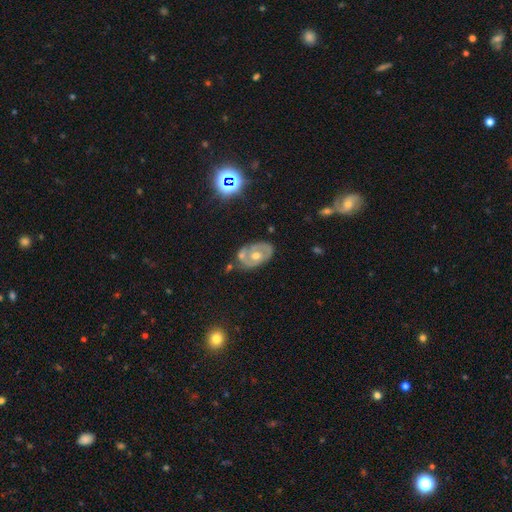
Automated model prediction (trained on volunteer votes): The model was most divided on "spiral arms" (2-way tie): yes: 50%, no: 50%. More confident: edge-on disk — no (94%); bar — no (78%); bulge size — moderate (74%); smooth or featured — featured or disk (68%); merging — none (59%).